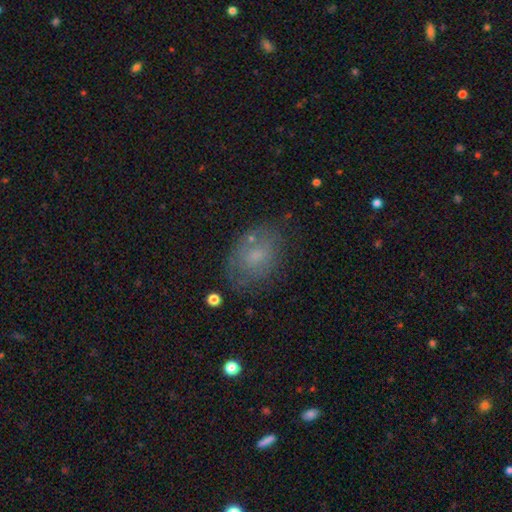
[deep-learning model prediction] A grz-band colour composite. It shows a smooth galaxy with no disk features (57%) that is in between round and cigar-shaped (77%). Merging: none (66%).